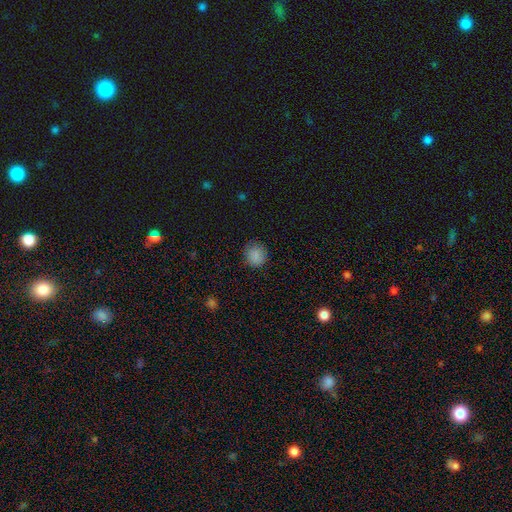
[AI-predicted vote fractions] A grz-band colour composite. It shows a smooth galaxy with no disk features (86%) that is round (86%). Merging: none (85%).